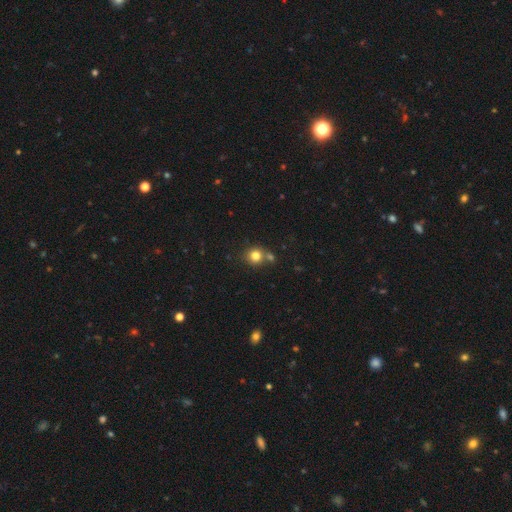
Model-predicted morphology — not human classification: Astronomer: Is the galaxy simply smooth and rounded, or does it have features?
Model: smooth — 80%.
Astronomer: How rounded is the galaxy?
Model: round — 86%.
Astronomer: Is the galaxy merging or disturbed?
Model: none — 63%.